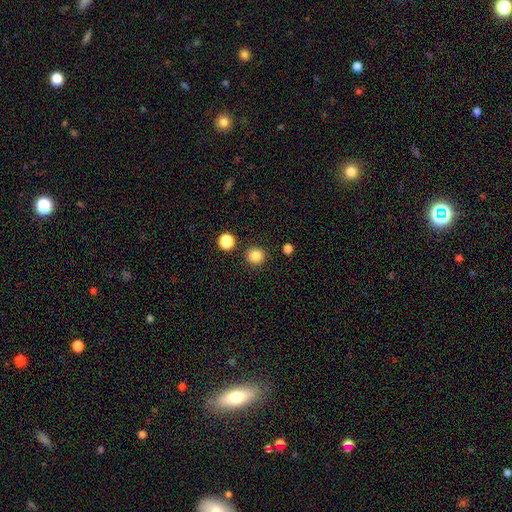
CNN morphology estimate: A smooth galaxy with no disk features (85%) that is round (92%).

Vote fractions:
- Smooth or featured? smooth: 85% / star or artifact: 11% / featured or disk: 4%
- How rounded? round: 92% / in between: 7% / cigar-shaped: 1%
- Merging? none: 89% / minor disturbance: 6% / merger: 3% / major disturbance: 2%